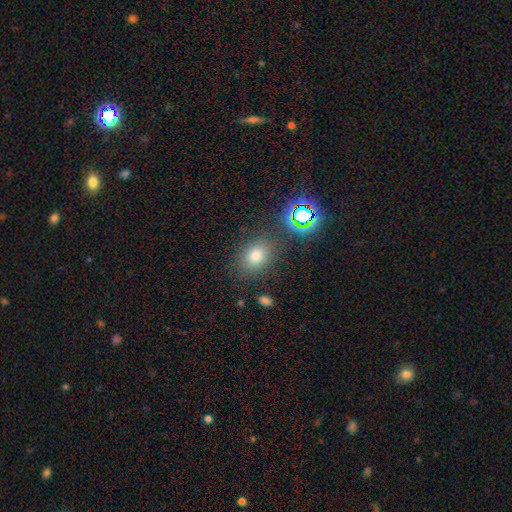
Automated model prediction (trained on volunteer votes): Morphology: type=smooth (72%); roundness=in between (57%); merging=none (80%).